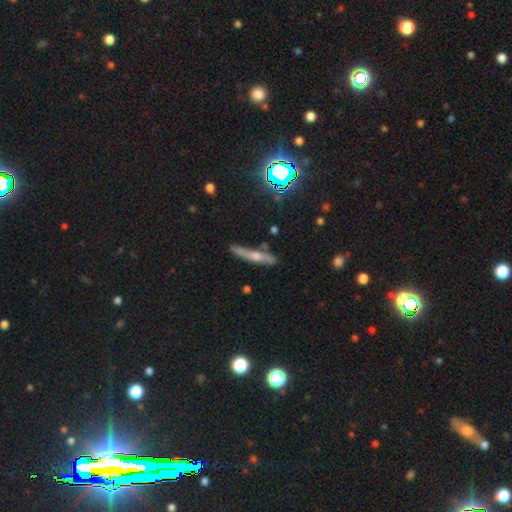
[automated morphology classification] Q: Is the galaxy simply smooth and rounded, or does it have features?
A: featured or disk — 46%.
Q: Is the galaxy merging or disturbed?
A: none — 73%.